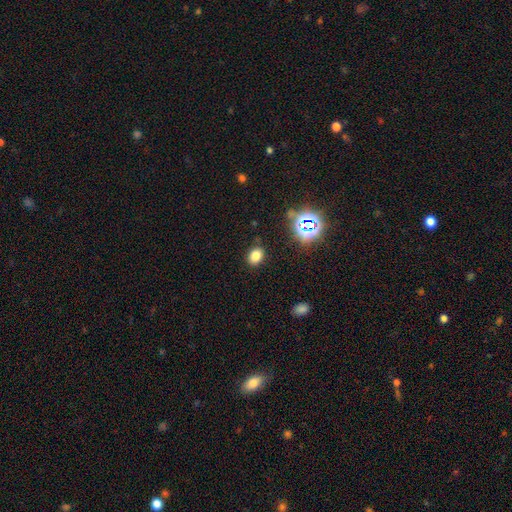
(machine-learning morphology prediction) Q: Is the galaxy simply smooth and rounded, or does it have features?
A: smooth — 76%.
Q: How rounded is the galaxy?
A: in between — 65%.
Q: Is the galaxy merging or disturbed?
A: none — 85%.